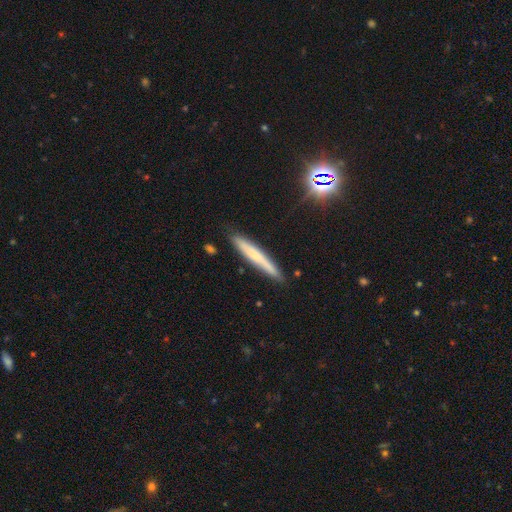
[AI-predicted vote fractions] smooth 60%, featured or disk 30%, star or artifact 10%. Down the decision tree: how rounded — cigar-shaped (95%); merging — none (86%).